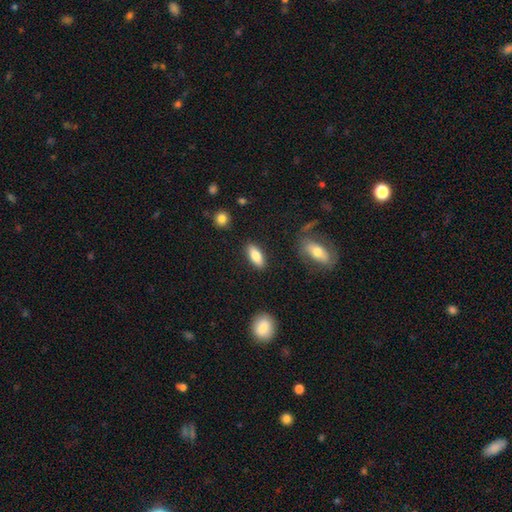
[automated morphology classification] A smooth galaxy with no disk features (80%) that is in between round and cigar-shaped (79%).

Vote fractions:
- Smooth or featured? smooth: 80% / featured or disk: 14% / star or artifact: 7%
- How rounded? in between: 79% / cigar-shaped: 18% / round: 3%
- Merging? none: 87% / minor disturbance: 9% / major disturbance: 2% / merger: 2%